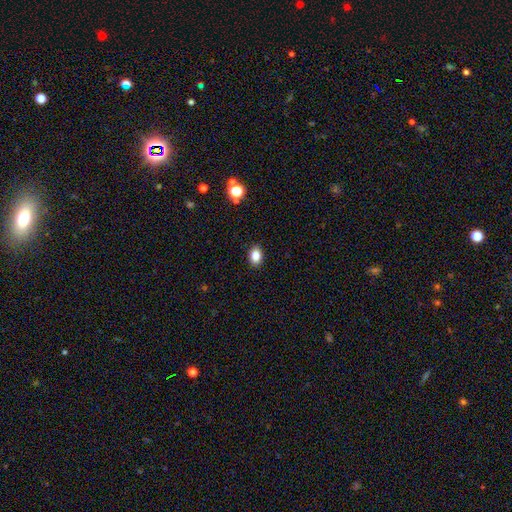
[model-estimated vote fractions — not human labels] smooth_or_featured: smooth (p=0.85) [alt: star or artifact p=0.10]
how_rounded: in between (p=0.77) [alt: round p=0.21]
merging: none (p=0.90) [alt: minor disturbance p=0.07]